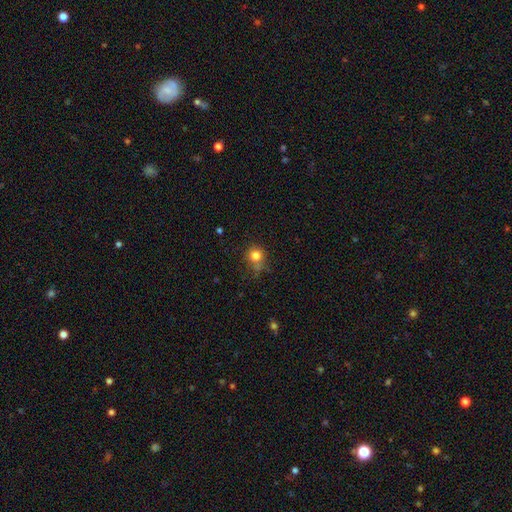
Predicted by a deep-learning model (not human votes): Smooth or featured? Predicted: smooth (p=0.80). How rounded? Predicted: round (p=0.86). Merging? Predicted: none (p=0.64).